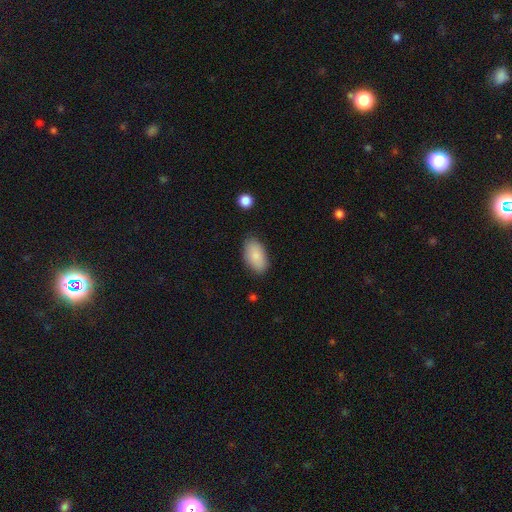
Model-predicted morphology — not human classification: The model was most divided on "merging": none: 83%, minor disturbance: 12%, major disturbance: 3%, merger: 2%. More confident: how rounded — in between (95%); smooth or featured — smooth (85%).